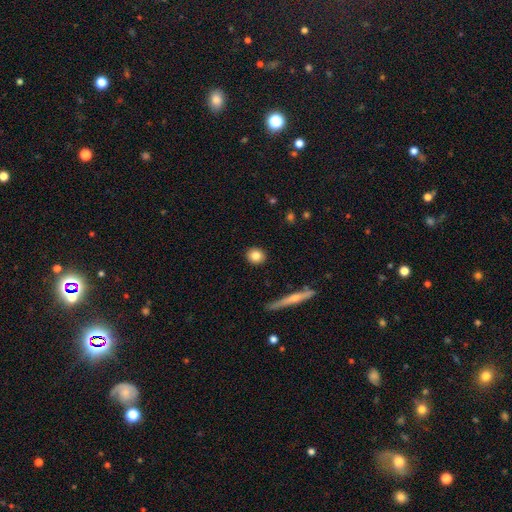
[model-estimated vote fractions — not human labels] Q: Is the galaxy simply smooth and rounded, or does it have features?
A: smooth — 82%.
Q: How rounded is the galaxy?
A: round — 82%.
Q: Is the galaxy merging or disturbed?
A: none — 91%.